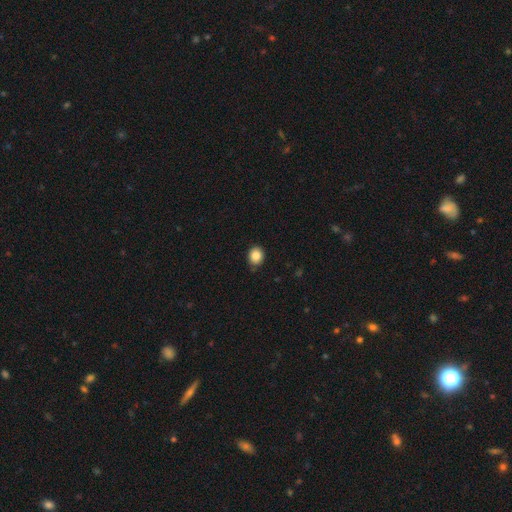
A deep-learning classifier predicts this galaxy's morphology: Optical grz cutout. It shows a smooth galaxy with no disk features (85%) that is round (69%). Merging: none (85%).